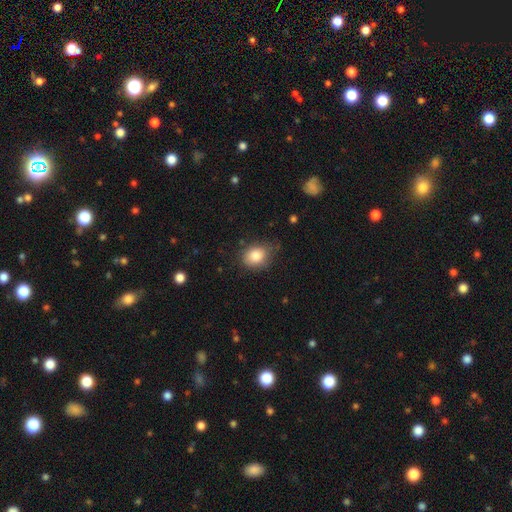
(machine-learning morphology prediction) smooth-or-featured: smooth: 84% | star or artifact: 9% | featured or disk: 7%
  how-rounded: in between: 52% | round: 47% | cigar-shaped: 1%
  merging: none: 68% | minor disturbance: 25% | major disturbance: 5% | merger: 2%